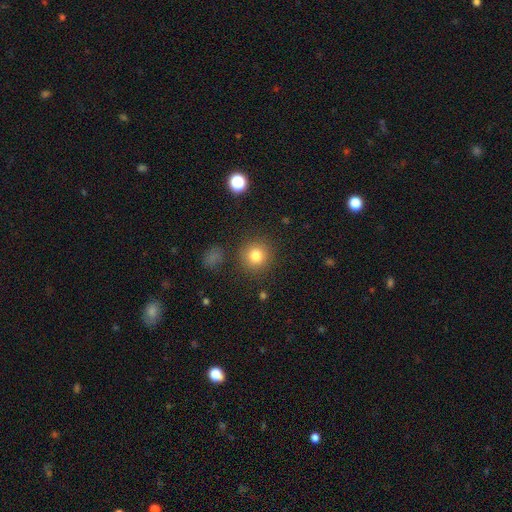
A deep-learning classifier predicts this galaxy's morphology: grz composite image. It shows a smooth galaxy with no disk features (82%) that is round (92%). Merging: none (87%).